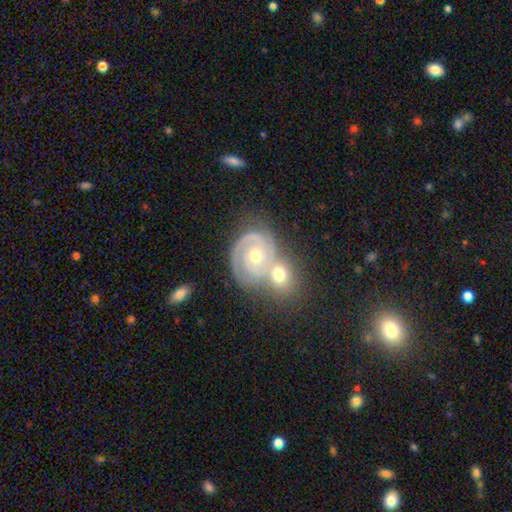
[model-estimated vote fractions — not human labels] smooth_or_featured: featured or disk (p=0.82) [alt: smooth p=0.12]
disk_edge_on: no (p=0.97) [alt: yes p=0.03]
bar: no (p=0.76) [alt: weak p=0.19]
has_spiral_arms: yes (p=0.91) [alt: no p=0.09]
spiral_winding: tight (p=0.72) [alt: medium p=0.23]
spiral_arm_count: 2 (p=0.57) [alt: can't tell p=0.17]
bulge_size: moderate (p=0.65) [alt: small p=0.29]
merging: merger (p=0.43) [alt: none p=0.39]